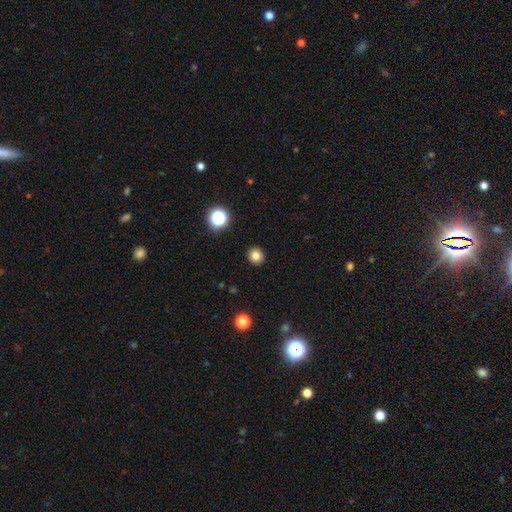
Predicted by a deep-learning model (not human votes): Smooth or featured?
  - smooth: 82% *
  - star or artifact: 13%
  - featured or disk: 5%
How rounded?
  - round: 90% *
  - in between: 9%
  - cigar-shaped: 1%
Merging?
  - none: 92% *
  - minor disturbance: 5%
  - major disturbance: 2%
  - merger: 1%